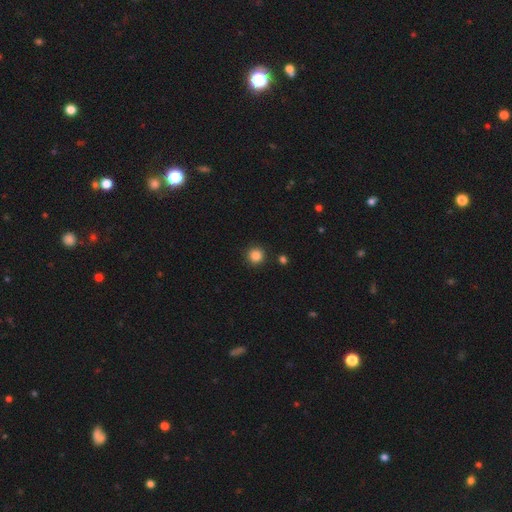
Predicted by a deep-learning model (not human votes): A smooth galaxy with no disk features (86%) that is round (94%). Merging: none (90%).